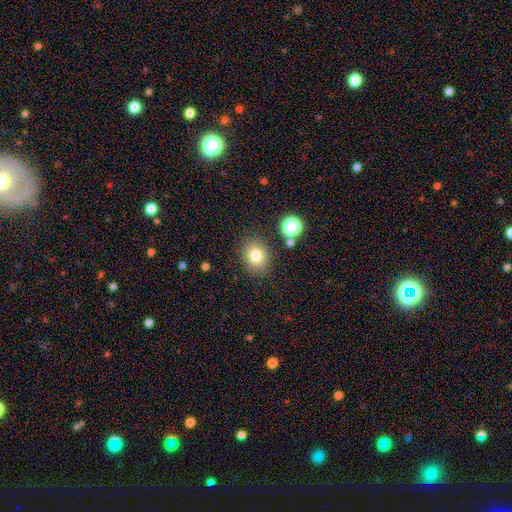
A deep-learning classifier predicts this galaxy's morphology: type=smooth (79%); roundness=round (64%); merging=none (83%).